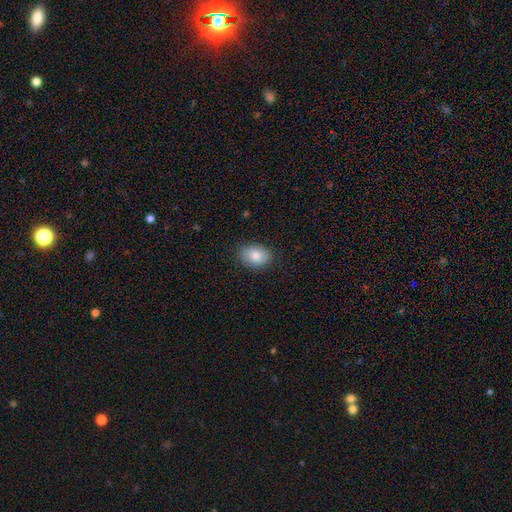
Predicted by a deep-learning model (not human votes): The model was most divided on "how rounded": in between: 77%, round: 22%, cigar-shaped: 1%. More confident: smooth or featured — smooth (84%); merging — none (83%).